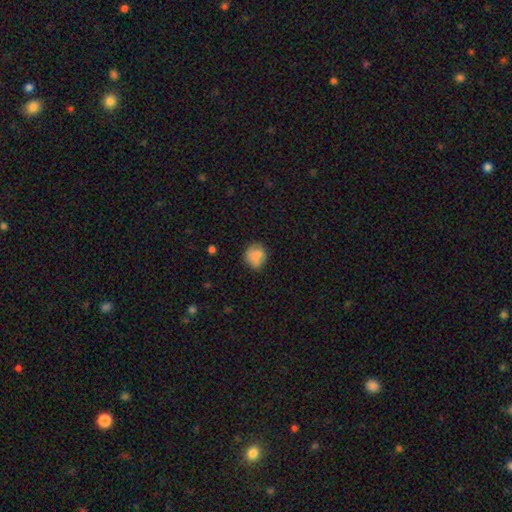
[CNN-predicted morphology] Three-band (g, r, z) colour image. It shows a smooth galaxy with no disk features (82%) that is round (77%). Merging: none (68%).